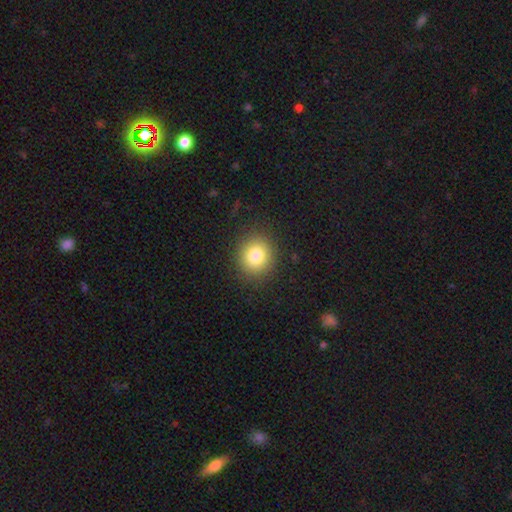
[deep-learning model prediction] Smooth or featured?
  - smooth: 80% *
  - star or artifact: 12%
  - featured or disk: 8%
How rounded?
  - round: 85% *
  - in between: 15%
  - cigar-shaped: 1%
Merging?
  - none: 89% *
  - minor disturbance: 7%
  - major disturbance: 3%
  - merger: 1%